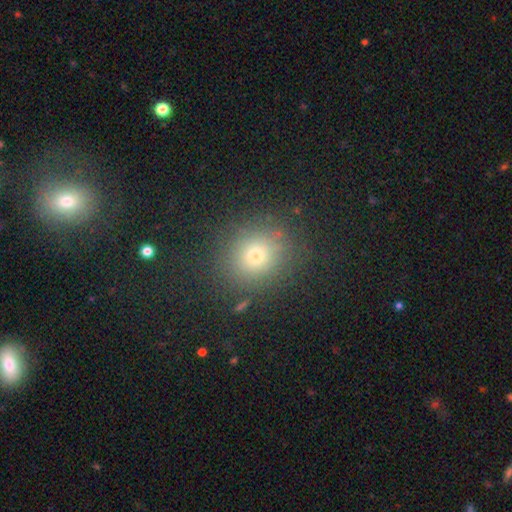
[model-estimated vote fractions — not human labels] Q: Smooth or featured?
A: smooth (73%); runner-up: star or artifact (18%)
Q: How rounded?
A: round (81%); runner-up: in between (18%)
Q: Merging?
A: none (84%); runner-up: minor disturbance (10%)